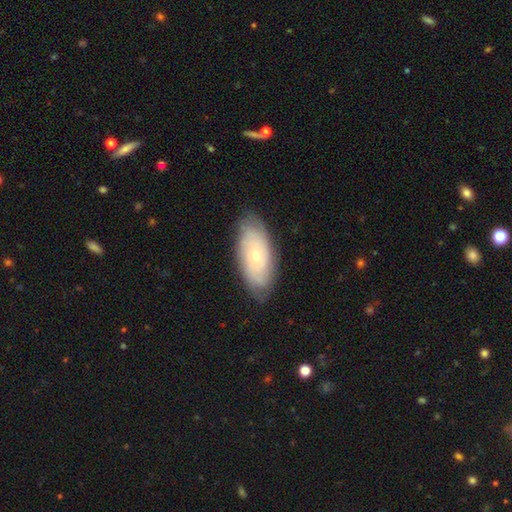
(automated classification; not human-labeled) Overall: featured or disk (55%; smooth 37%). Edge-on disk: no (89%). Merging: none (81%).